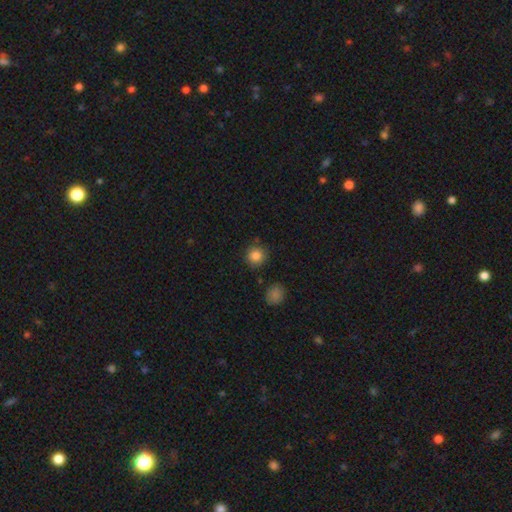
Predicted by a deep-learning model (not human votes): Smooth or featured? Predicted: smooth (p=0.85). How rounded? Predicted: round (p=0.93). Merging? Predicted: none (p=0.85).